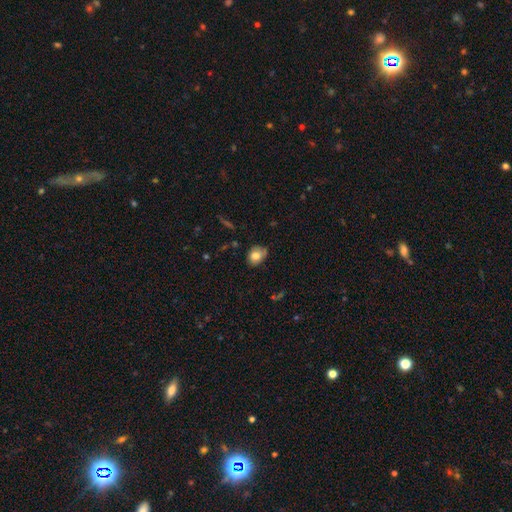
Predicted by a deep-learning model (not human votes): Q: Smooth or featured?
A: smooth (77%); runner-up: featured or disk (13%)
Q: How rounded?
A: in between (51%); runner-up: round (48%)
Q: Merging?
A: none (65%); runner-up: minor disturbance (27%)